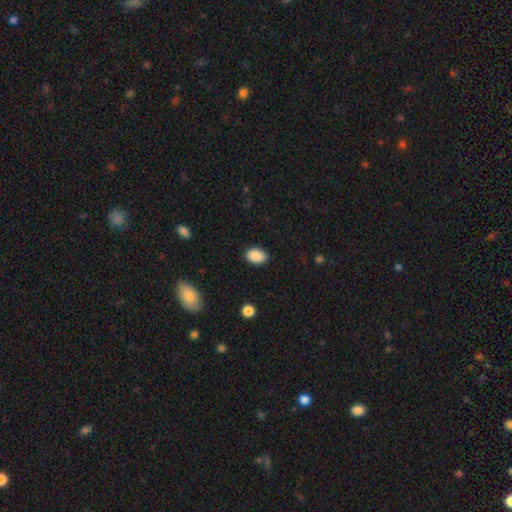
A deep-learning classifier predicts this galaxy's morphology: The model was most divided on "how rounded": in between: 83%, round: 15%, cigar-shaped: 1%. More confident: smooth or featured — smooth (89%); merging — none (88%).